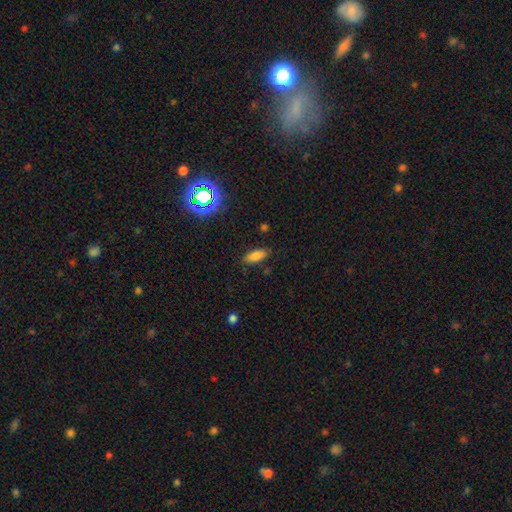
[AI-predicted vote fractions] smooth-or-featured: smooth: 79% | star or artifact: 12% | featured or disk: 9%
  how-rounded: in between: 78% | cigar-shaped: 20% | round: 3%
  merging: none: 85% | minor disturbance: 11% | major disturbance: 3% | merger: 2%